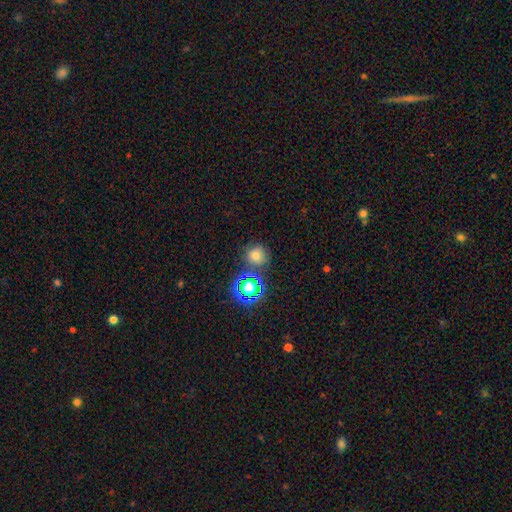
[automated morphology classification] smooth_or_featured: smooth (p=0.68) [alt: star or artifact p=0.25]
how_rounded: round (p=0.86) [alt: in between p=0.13]
merging: none (p=0.76) [alt: merger p=0.11]